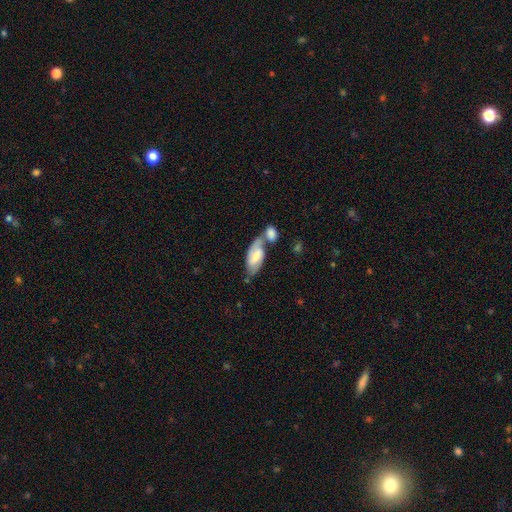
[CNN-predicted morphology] Overall: featured or disk (54%; smooth 40%). Edge-on disk: no (91%). Merging: merger (45%; none 34%).